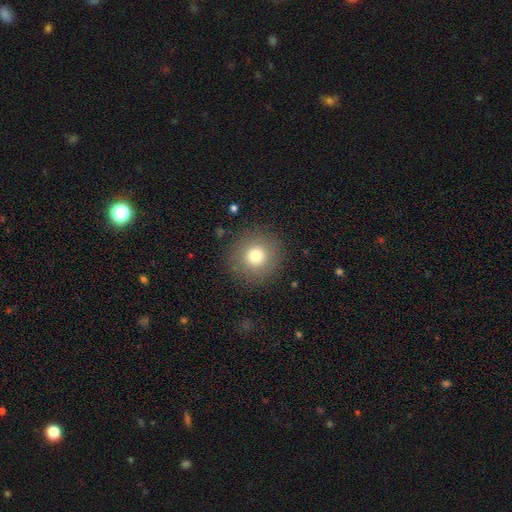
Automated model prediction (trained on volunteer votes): This is likely a smooth galaxy (76%). How rounded: clearly round (94%). Merging: clearly none (89%).